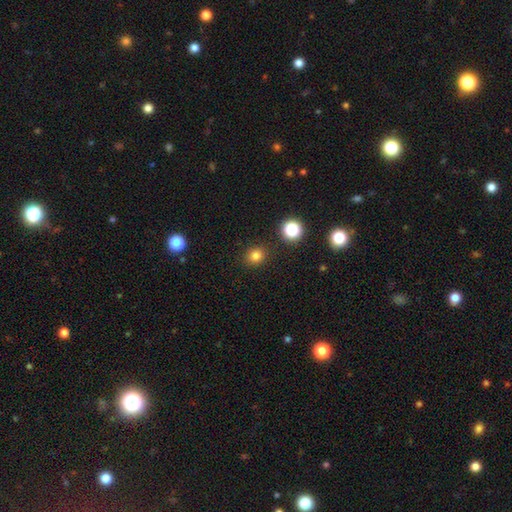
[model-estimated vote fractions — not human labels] smooth 79%, star or artifact 16%, featured or disk 5%. Down the decision tree: how rounded — round (77%); merging — none (88%).